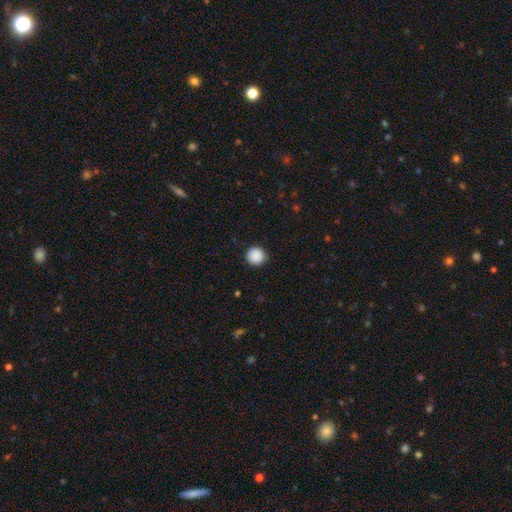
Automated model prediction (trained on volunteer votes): A smooth galaxy with no disk features (89%) that is round (96%). Merging: none (92%).